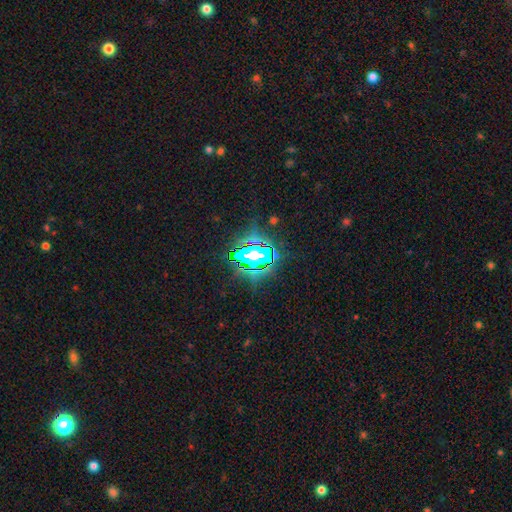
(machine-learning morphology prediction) A star or artifact, not a galaxy (68%).